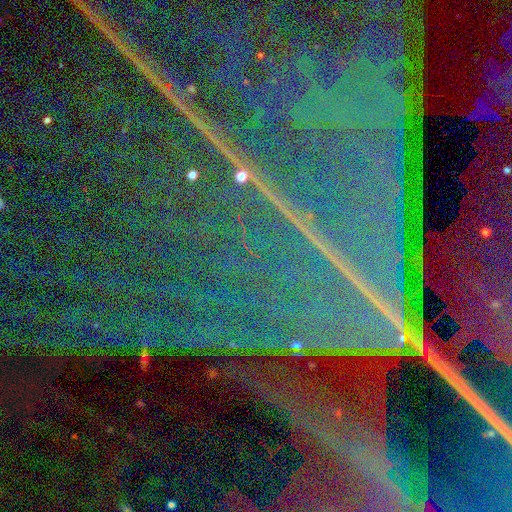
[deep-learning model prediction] The model was most divided on "smooth or featured": star or artifact: 90%, featured or disk: 6%, smooth: 4%.